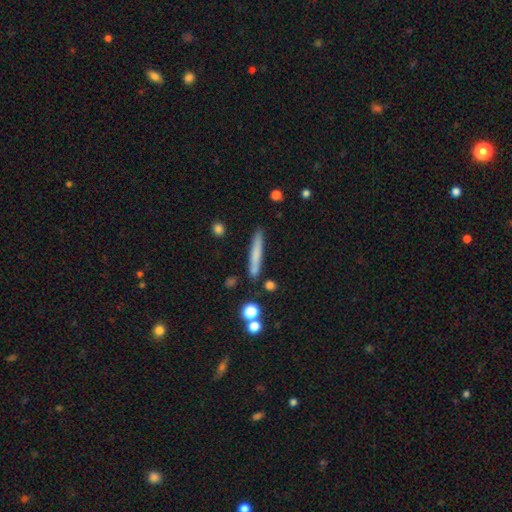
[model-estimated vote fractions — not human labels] Smooth or featured: smooth — 68% (featured or disk — 24%)
How rounded: cigar-shaped — 94% (in between — 4%)
Merging: none — 84% (minor disturbance — 10%)